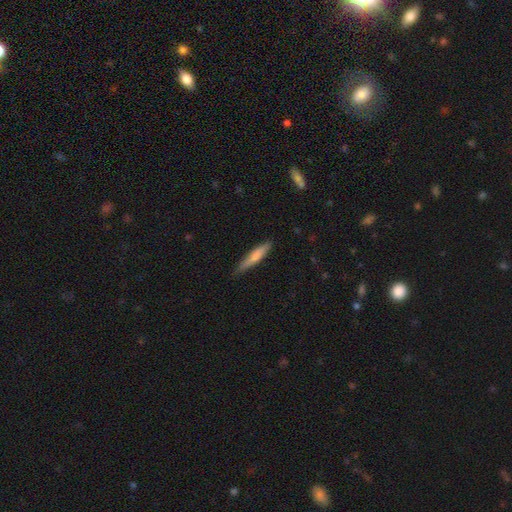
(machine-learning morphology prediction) This appears to be a smooth galaxy with no disk features (72%) that is cigar-shaped (89%). Merging: none (77%).